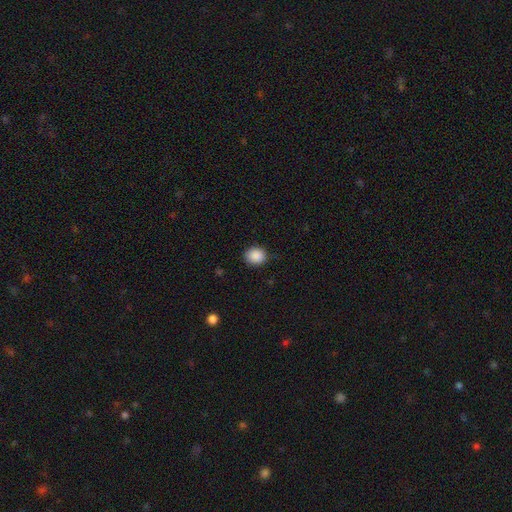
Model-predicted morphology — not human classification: Smooth or featured? Predicted: smooth (p=0.89). How rounded? Predicted: round (p=0.74). Merging? Predicted: none (p=0.83).